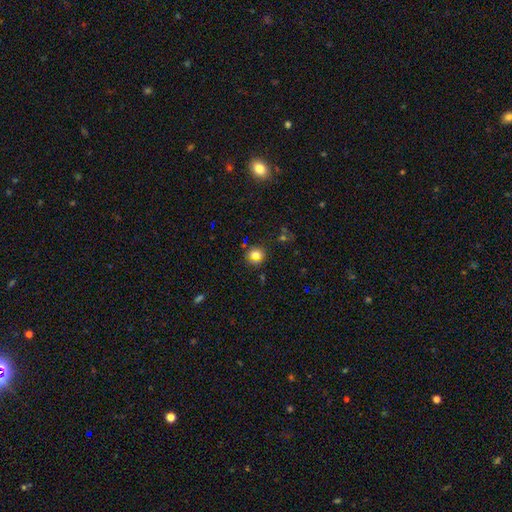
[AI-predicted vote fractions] Smooth or featured? Predicted: smooth (p=0.59). How rounded? Predicted: round (p=0.81). Merging? Predicted: none (p=0.83).